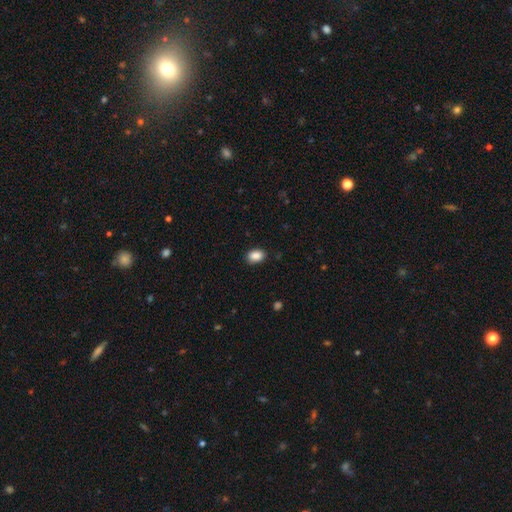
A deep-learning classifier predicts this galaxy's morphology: A smooth galaxy with no disk features (89%) that is in between round and cigar-shaped (85%). Merging: none (88%).